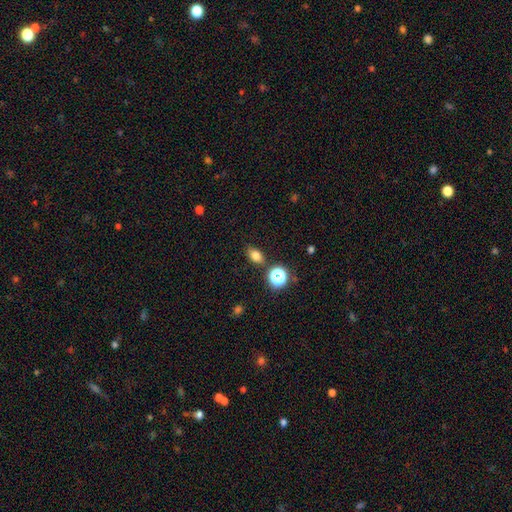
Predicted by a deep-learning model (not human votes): Overall: smooth (76%). How rounded: in between (76%). Merging: none (81%).